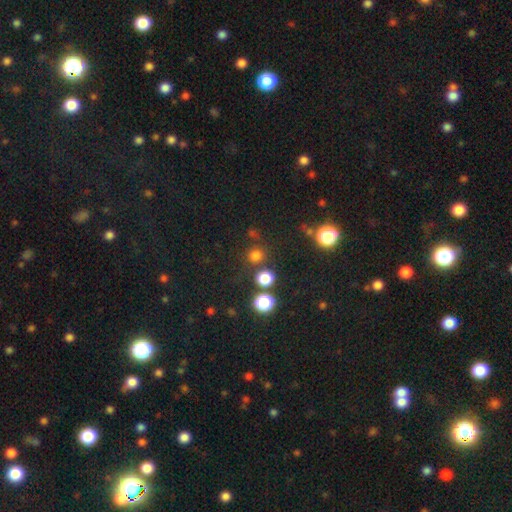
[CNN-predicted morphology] A smooth galaxy with no disk features (75%) that is round (90%). Merging: none (77%).